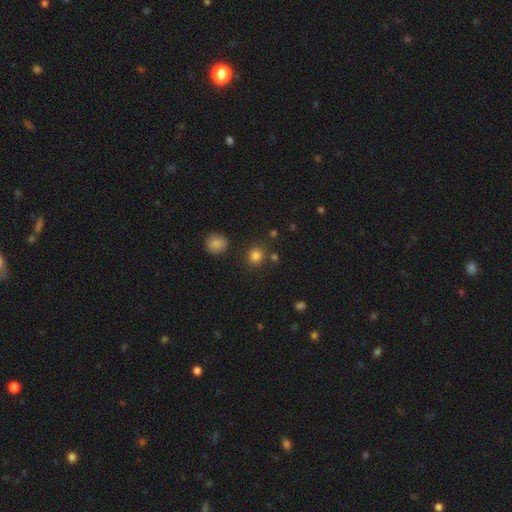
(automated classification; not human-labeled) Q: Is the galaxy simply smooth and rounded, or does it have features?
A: smooth — 82%.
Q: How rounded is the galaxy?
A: round — 87%.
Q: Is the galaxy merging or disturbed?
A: none — 83%.